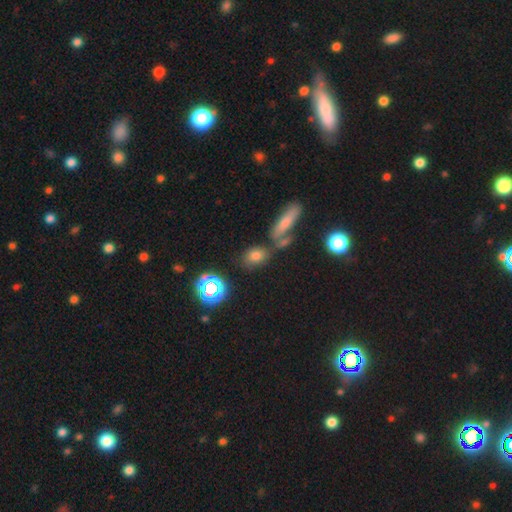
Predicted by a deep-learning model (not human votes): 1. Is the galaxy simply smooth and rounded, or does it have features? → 72% smooth, 18% star or artifact, 11% featured or disk.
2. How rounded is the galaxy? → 69% in between, 25% round, 6% cigar-shaped.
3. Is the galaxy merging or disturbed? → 65% none, 19% merger, 12% minor disturbance, 5% major disturbance.